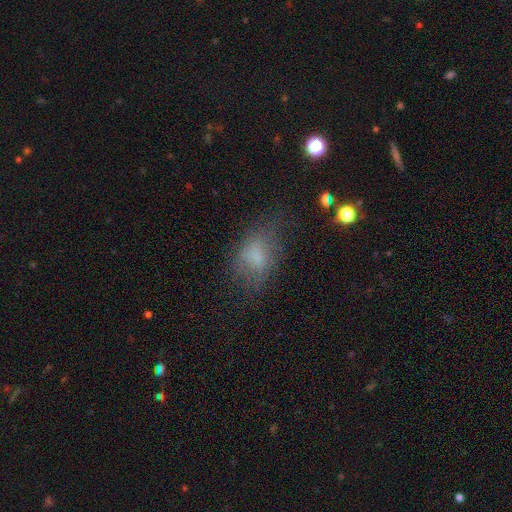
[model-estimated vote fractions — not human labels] A smooth galaxy with no disk features (64%) that is in between round and cigar-shaped (79%). Merging: none (47%).